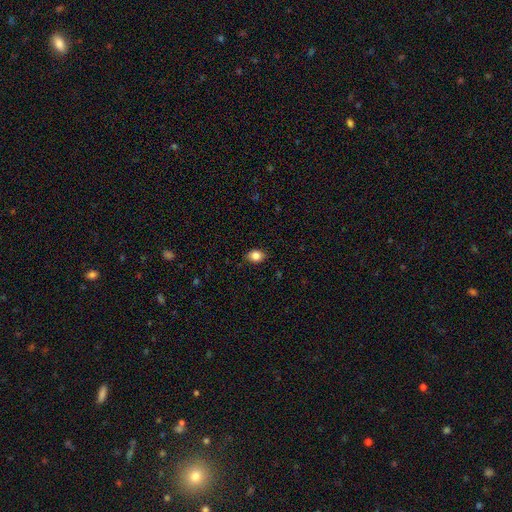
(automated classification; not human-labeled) The model was most divided on "how rounded": in between: 62%, round: 37%, cigar-shaped: 1%. More confident: merging — none (86%); smooth or featured — smooth (85%).